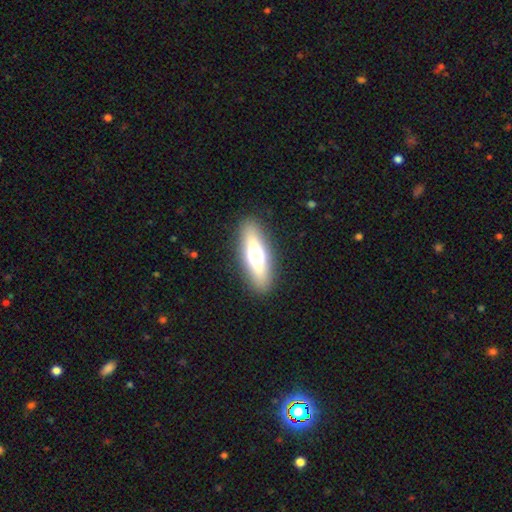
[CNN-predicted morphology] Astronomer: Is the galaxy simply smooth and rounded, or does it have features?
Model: smooth — 52% (runner-up: featured or disk, 38%).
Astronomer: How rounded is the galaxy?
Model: in between — 53% (runner-up: cigar-shaped, 43%).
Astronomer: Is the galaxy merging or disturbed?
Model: none — 88%.